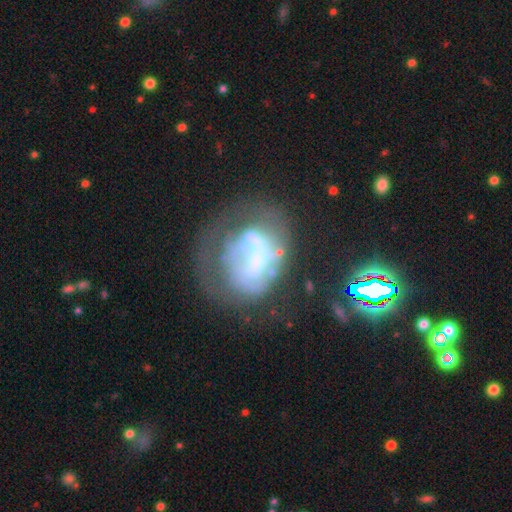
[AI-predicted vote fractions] Smooth or featured? featured or disk (59%)
Edge-on disk? no (97%)
Bar? no (59%)
Spiral arms? no (69%)
Bulge size? none (50%)
Merging? major disturbance (36%)